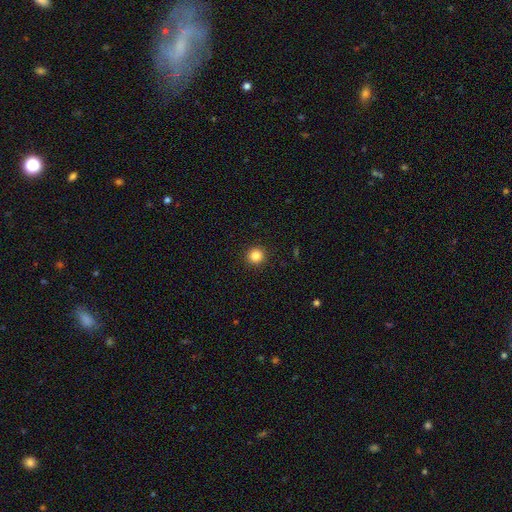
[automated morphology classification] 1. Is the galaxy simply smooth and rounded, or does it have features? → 85% smooth, 11% star or artifact, 4% featured or disk.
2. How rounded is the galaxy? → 94% round, 5% in between, 1% cigar-shaped.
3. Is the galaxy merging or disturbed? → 92% none, 5% minor disturbance, 2% major disturbance, 1% merger.